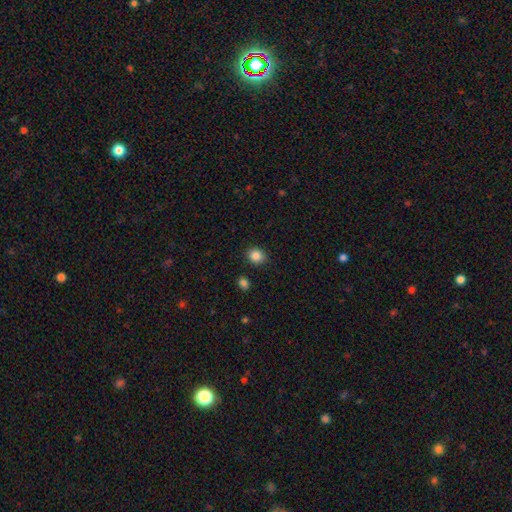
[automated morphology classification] This is clearly a smooth galaxy (85%). How rounded: likely round (69%). Merging: clearly none (88%).